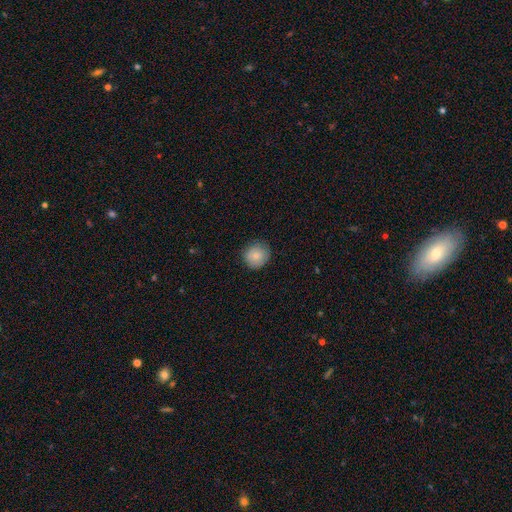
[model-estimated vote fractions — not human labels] smooth 83%, featured or disk 9%, star or artifact 8%. Down the decision tree: how rounded — round (88%); merging — none (83%).